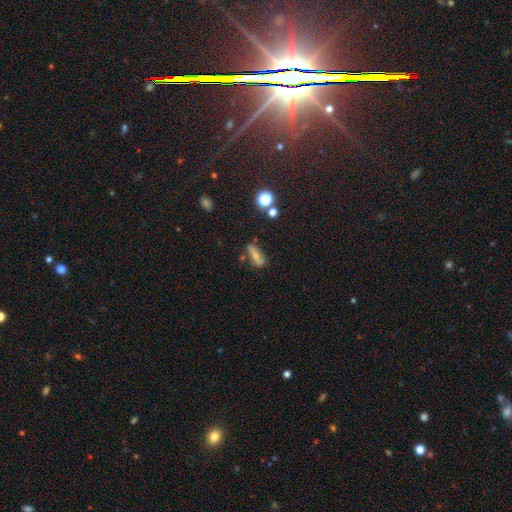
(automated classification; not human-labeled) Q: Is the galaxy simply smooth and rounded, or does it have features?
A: smooth — 62%.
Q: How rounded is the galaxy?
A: in between — 50%.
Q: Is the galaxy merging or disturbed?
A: none — 65%.